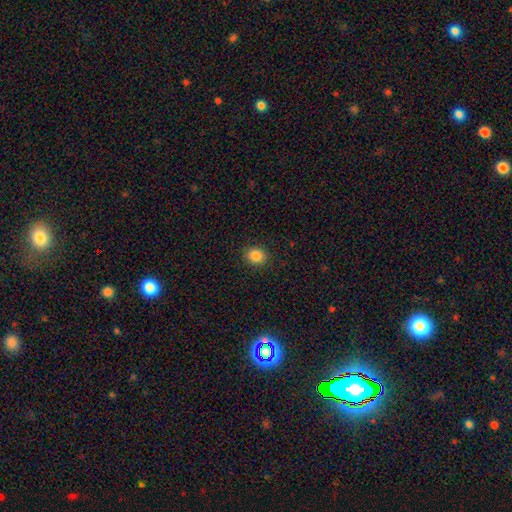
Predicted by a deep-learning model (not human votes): Smooth or featured? Predicted: smooth (p=0.85). How rounded? Predicted: round (p=0.67). Merging? Predicted: none (p=0.90).